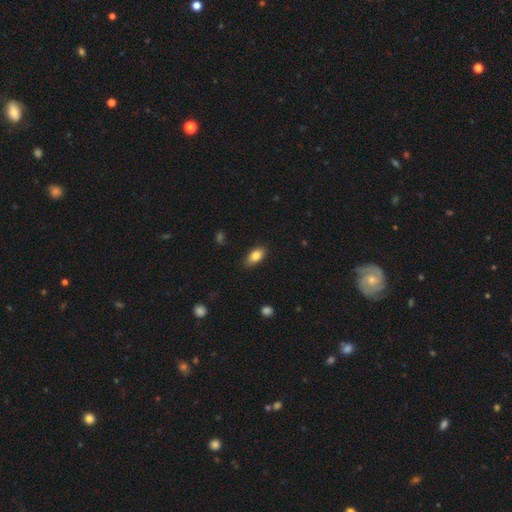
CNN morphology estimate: type=smooth (82%); roundness=in between (89%); merging=none (84%).